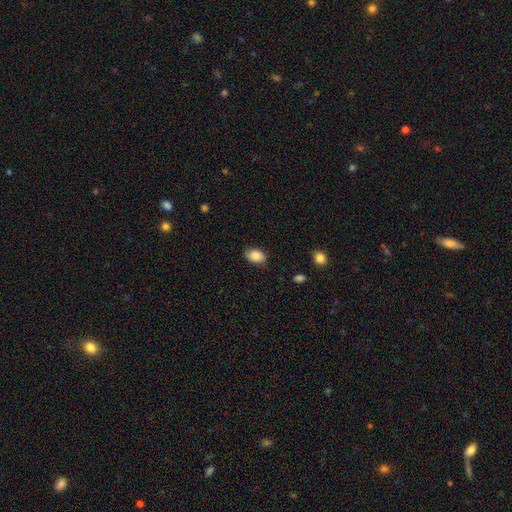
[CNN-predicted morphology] Overall: smooth (87%). How rounded: in between (80%). Merging: none (80%).